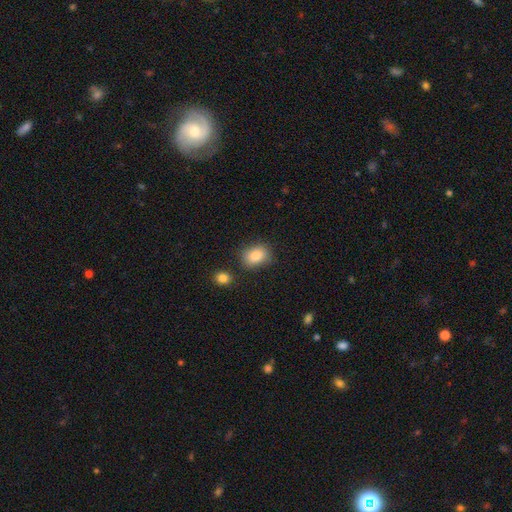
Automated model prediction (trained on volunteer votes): Smooth or featured? Predicted: smooth (p=0.86). How rounded? Predicted: in between (p=0.67). Merging? Predicted: none (p=0.78).